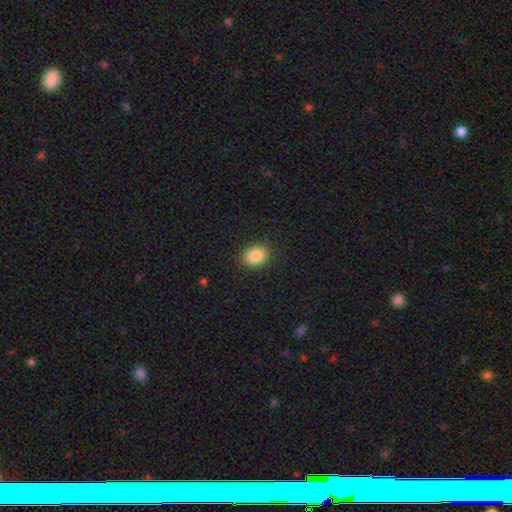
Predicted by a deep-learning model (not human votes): This is clearly a smooth galaxy (85%). How rounded: likely in between (61%). Merging: clearly none (86%).